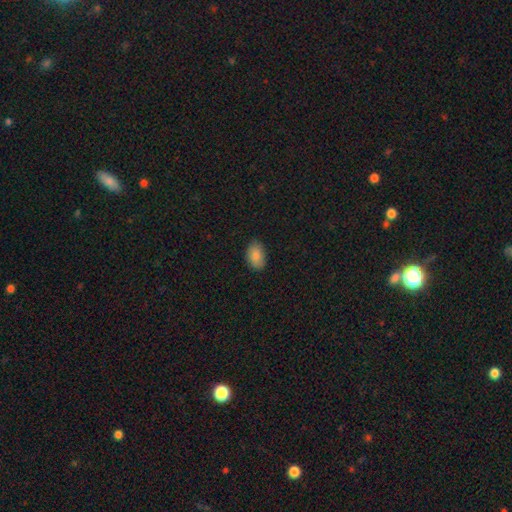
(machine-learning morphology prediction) This appears to be a smooth galaxy with no disk features (87%) that is in between round and cigar-shaped (89%). Merging: none (84%).